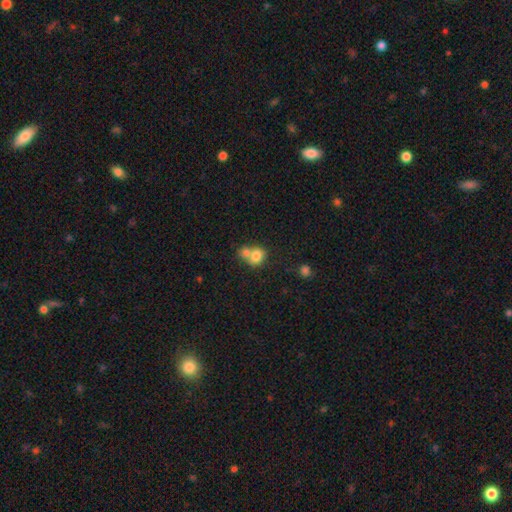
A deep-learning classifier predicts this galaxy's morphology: This is likely a smooth galaxy (77%). How rounded: likely round (63%). Merging: likely merger (60%).